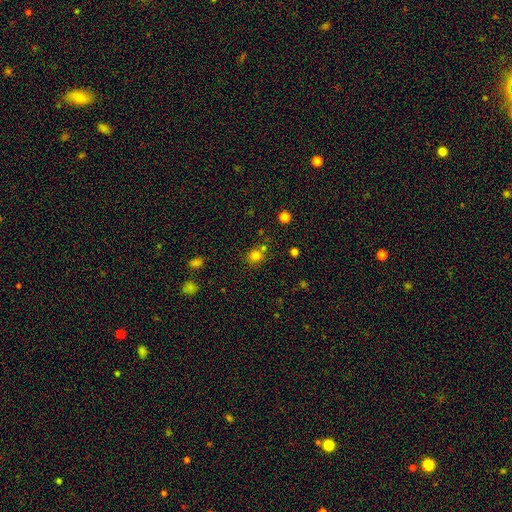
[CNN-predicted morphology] A smooth galaxy with no disk features (77%) that is round (84%). Merging: none (68%).